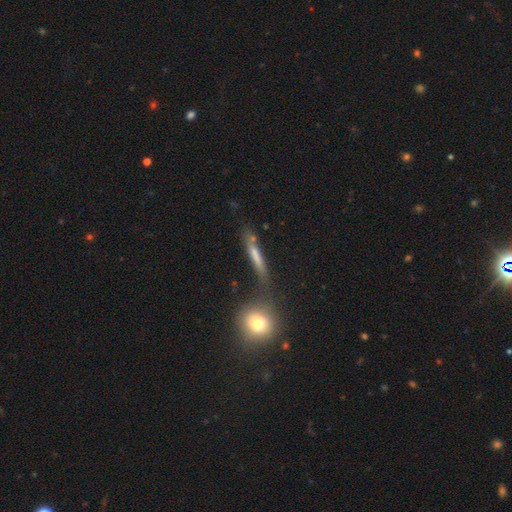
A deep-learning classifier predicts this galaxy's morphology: Q: Smooth or featured?
A: smooth (62%); runner-up: featured or disk (28%)
Q: How rounded?
A: cigar-shaped (85%); runner-up: in between (10%)
Q: Merging?
A: none (60%); runner-up: merger (17%)